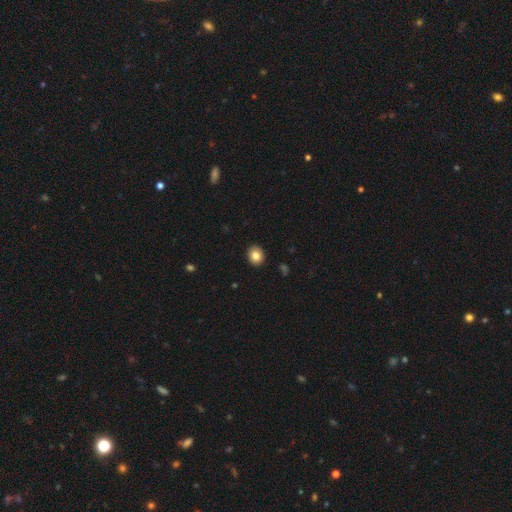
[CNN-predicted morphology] smooth 83%, star or artifact 9%, featured or disk 7%. Down the decision tree: how rounded — round (73%); merging — none (92%).